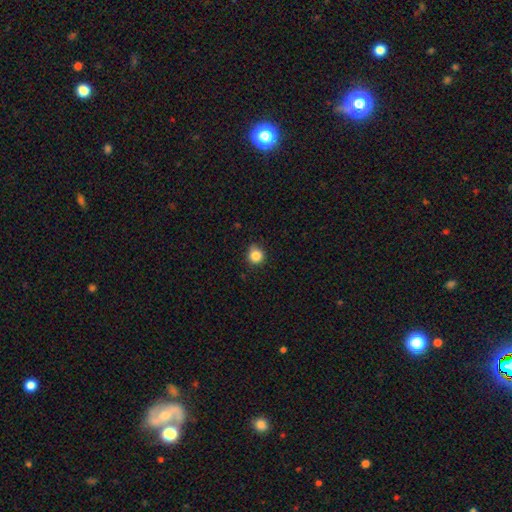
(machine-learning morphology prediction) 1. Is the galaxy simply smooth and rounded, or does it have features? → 85% smooth, 11% star or artifact, 4% featured or disk.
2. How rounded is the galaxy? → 90% round, 9% in between, 1% cigar-shaped.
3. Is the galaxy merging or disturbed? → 80% none, 17% minor disturbance, 3% major disturbance, 1% merger.